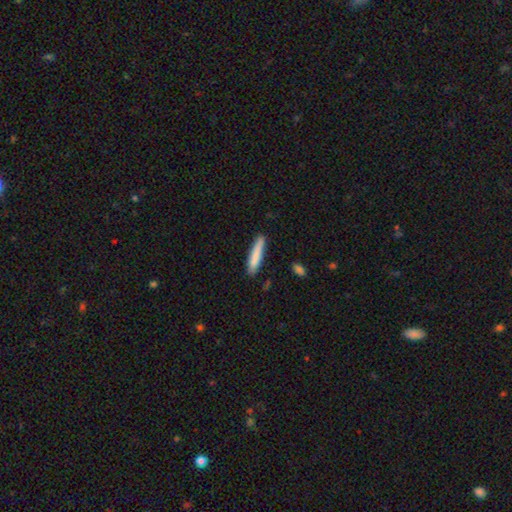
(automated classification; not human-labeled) This is clearly a smooth galaxy (82%). How rounded: clearly cigar-shaped (89%). Merging: clearly none (81%).